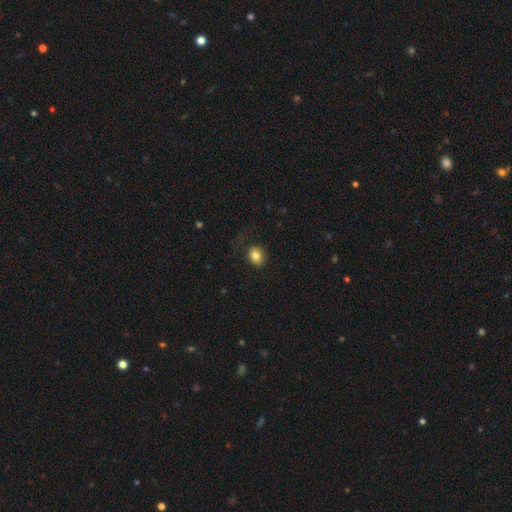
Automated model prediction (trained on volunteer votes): Smooth or featured?
  - smooth: 82% *
  - star or artifact: 10%
  - featured or disk: 8%
How rounded?
  - round: 58% *
  - in between: 41%
  - cigar-shaped: 1%
Merging?
  - none: 76% *
  - minor disturbance: 15%
  - major disturbance: 8%
  - merger: 1%